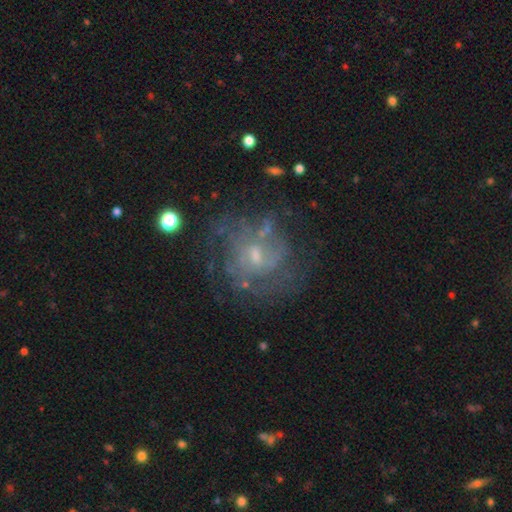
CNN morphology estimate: smooth-or-featured: featured or disk: 71% | smooth: 18% | star or artifact: 11%
  disk-edge-on: no: 97% | yes: 3%
    bar: no: 55% | weak: 40% | strong: 6%
    has-spiral-arms: yes: 68% | no: 32%
    bulge-size: small: 58% | moderate: 33% | none: 7% | large: 2% | dominant: 1%
  merging: none: 60% | minor disturbance: 19% | major disturbance: 18% | merger: 4%